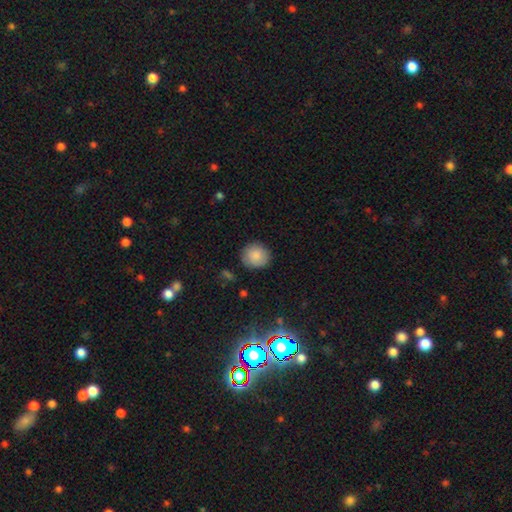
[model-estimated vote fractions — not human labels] Smooth or featured? Predicted: smooth (p=0.86). How rounded? Predicted: round (p=0.88). Merging? Predicted: none (p=0.87).